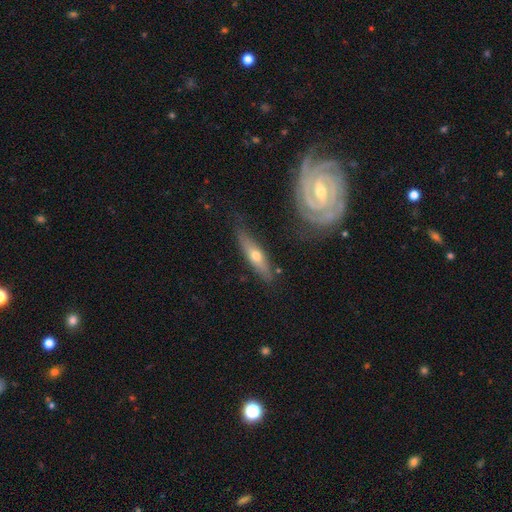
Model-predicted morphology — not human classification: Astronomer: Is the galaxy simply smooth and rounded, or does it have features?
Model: featured or disk — 57% (runner-up: smooth, 37%).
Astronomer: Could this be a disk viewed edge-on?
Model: yes — 71%.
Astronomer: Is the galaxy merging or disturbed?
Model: none — 77%.